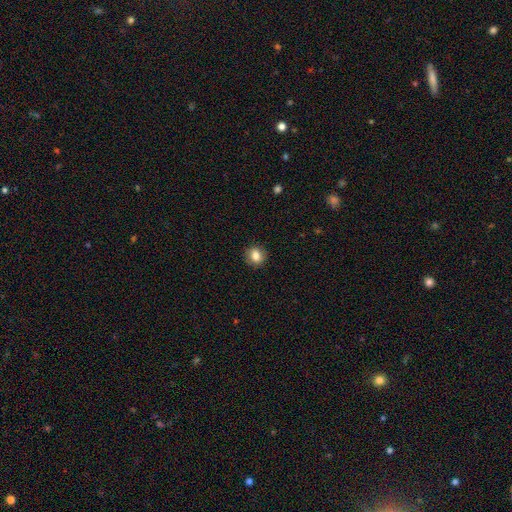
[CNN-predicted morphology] smooth 81%, star or artifact 10%, featured or disk 9%. Down the decision tree: how rounded — round (81%); merging — none (89%).